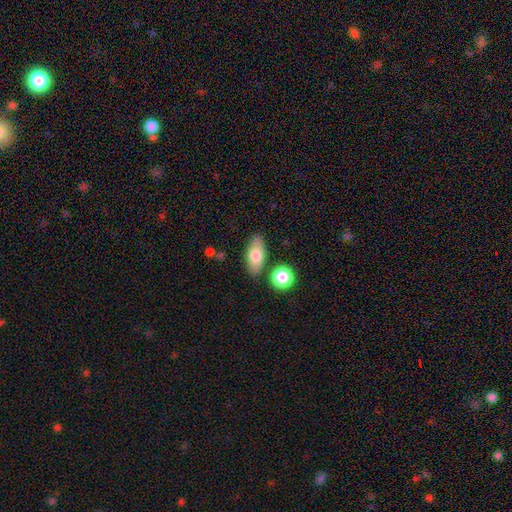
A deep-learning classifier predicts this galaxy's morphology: Smooth or featured? smooth (76%)
How rounded? in between (83%)
Merging? none (79%)